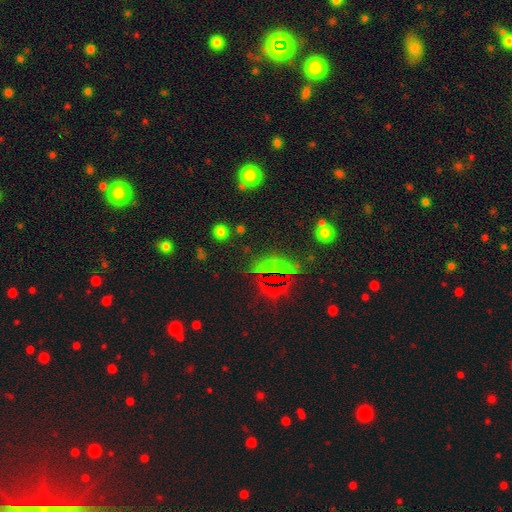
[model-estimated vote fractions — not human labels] Smooth or featured? star or artifact (57%)